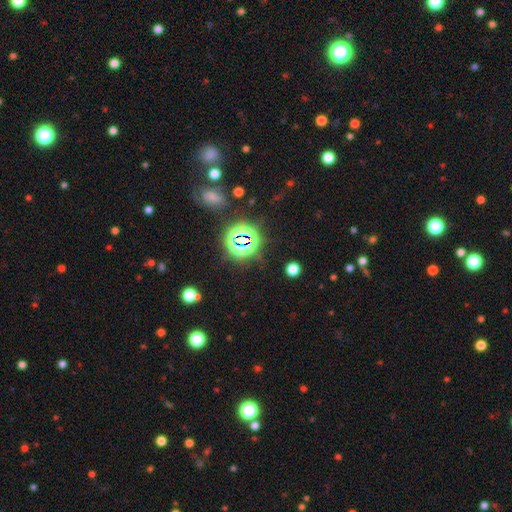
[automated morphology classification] Smooth or featured: star or artifact — 79% (smooth — 14%)